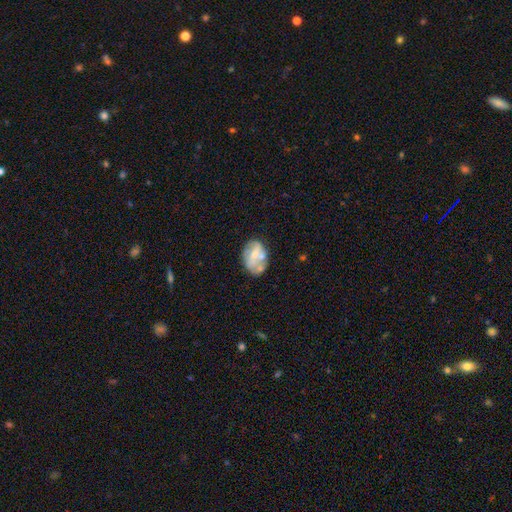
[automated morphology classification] Q: Smooth or featured?
A: featured or disk (59%); runner-up: smooth (34%)
Q: Edge-on disk?
A: no (97%); runner-up: yes (3%)
Q: Bar?
A: no (72%); runner-up: weak (22%)
Q: Spiral arms?
A: no (63%); runner-up: yes (37%)
Q: Bulge size?
A: small (52%); runner-up: moderate (36%)
Q: Merging?
A: none (49%); runner-up: minor disturbance (23%)